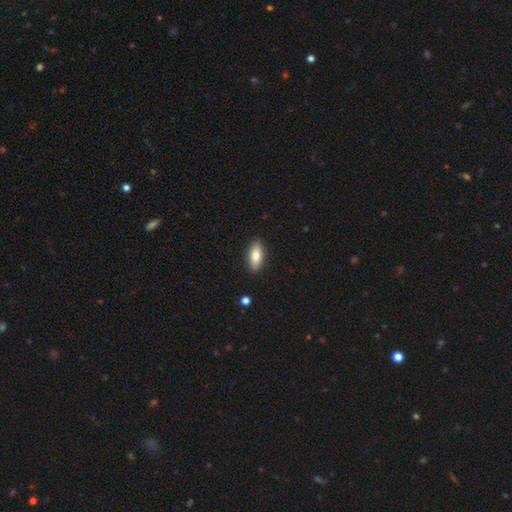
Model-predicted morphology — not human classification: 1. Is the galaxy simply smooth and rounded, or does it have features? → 80% smooth, 13% featured or disk, 6% star or artifact.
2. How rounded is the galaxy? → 78% in between, 20% cigar-shaped, 2% round.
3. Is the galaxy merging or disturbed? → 88% none, 8% minor disturbance, 2% major disturbance, 1% merger.